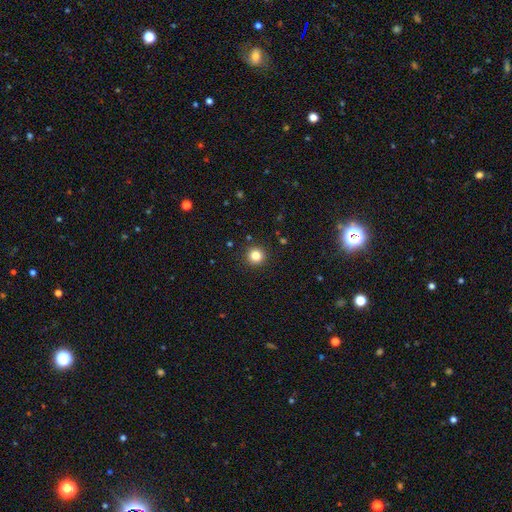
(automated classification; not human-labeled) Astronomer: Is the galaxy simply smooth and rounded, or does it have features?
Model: smooth — 83%.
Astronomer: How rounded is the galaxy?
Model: round — 95%.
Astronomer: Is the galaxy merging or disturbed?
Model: none — 92%.